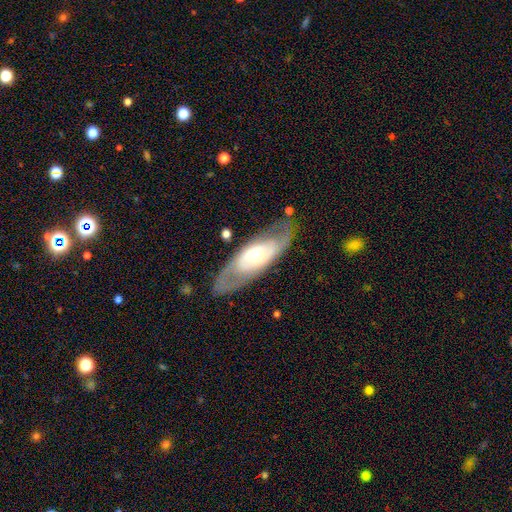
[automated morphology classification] type=featured or disk (72%); edge-on=no (84%); bar=no (68%); spiral arms=yes (68%); bulge=moderate (56%); merging=none (74%).